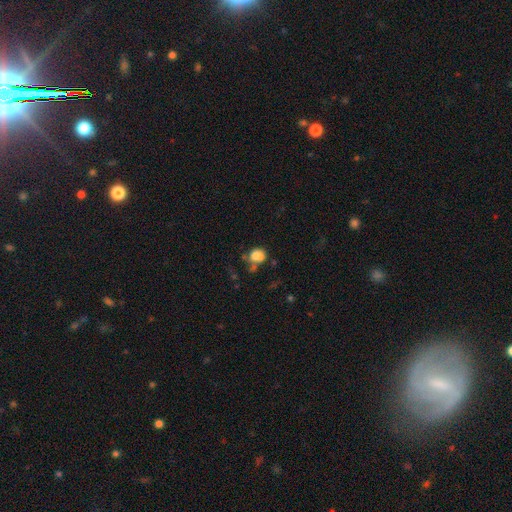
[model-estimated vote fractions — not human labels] Q: Smooth or featured?
A: smooth (79%); runner-up: star or artifact (10%)
Q: How rounded?
A: round (59%); runner-up: in between (40%)
Q: Merging?
A: none (45%); runner-up: minor disturbance (23%)